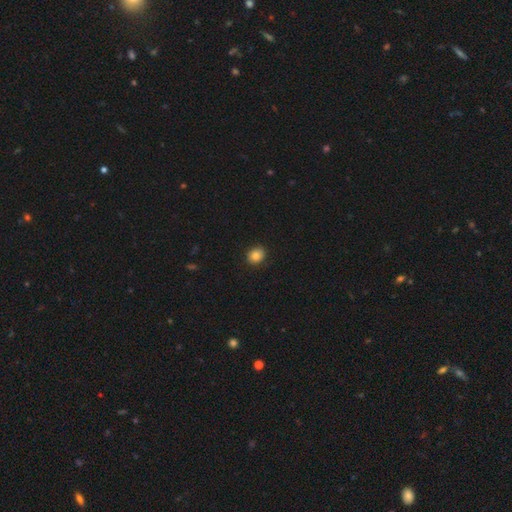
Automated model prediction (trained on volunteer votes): A smooth galaxy with no disk features (83%) that is round (67%).

Vote fractions:
- Smooth or featured? smooth: 83% / star or artifact: 10% / featured or disk: 7%
- How rounded? round: 67% / in between: 32% / cigar-shaped: 1%
- Merging? none: 90% / minor disturbance: 7% / major disturbance: 2% / merger: 1%